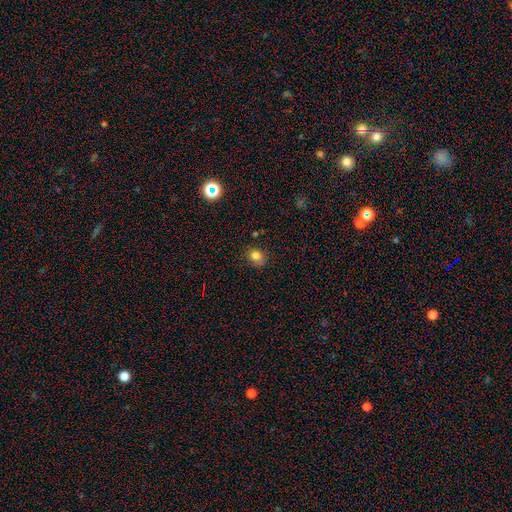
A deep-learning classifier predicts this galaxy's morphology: smooth_or_featured: smooth (p=0.79) [alt: star or artifact p=0.14]
how_rounded: round (p=0.69) [alt: in between p=0.30]
merging: none (p=0.76) [alt: minor disturbance p=0.18]